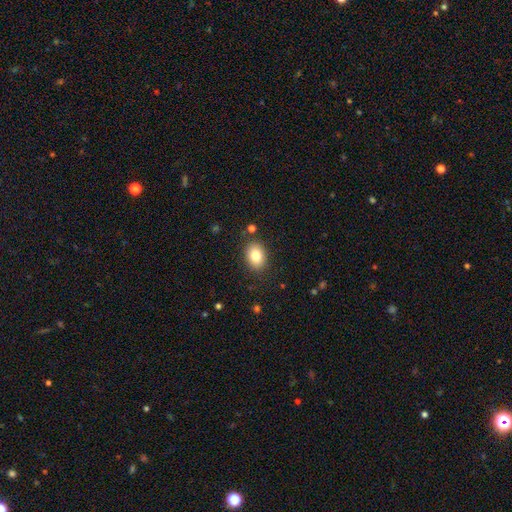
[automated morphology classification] This appears to be a smooth galaxy with no disk features (82%) that is in between round and cigar-shaped (72%). Merging: none (85%).